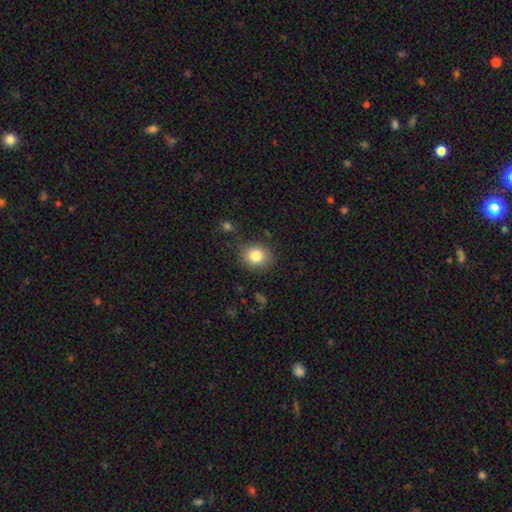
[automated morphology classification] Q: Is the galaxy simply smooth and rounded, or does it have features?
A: smooth — 83%.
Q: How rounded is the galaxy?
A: round — 79%.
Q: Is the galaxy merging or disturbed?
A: none — 84%.